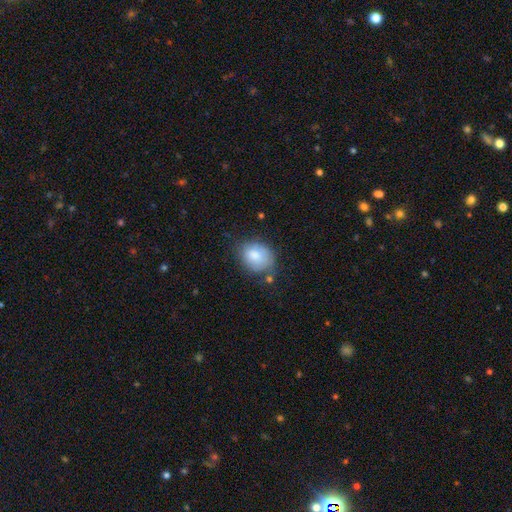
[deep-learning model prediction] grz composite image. It shows a smooth galaxy with no disk features (79%) that is in between round and cigar-shaped (59%). Merging: none (62%).